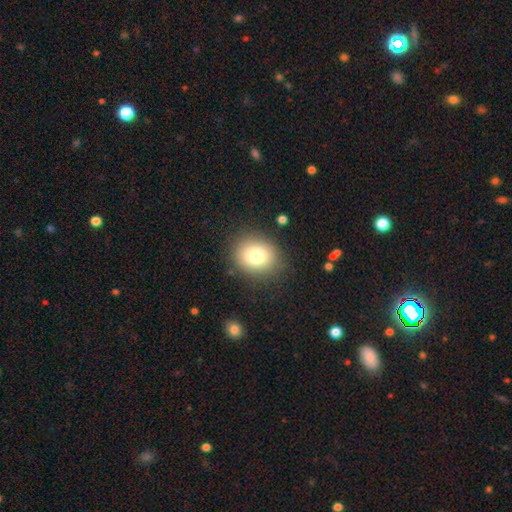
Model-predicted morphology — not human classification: A smooth galaxy with no disk features (78%) that is round (68%).

Vote fractions:
- Smooth or featured? smooth: 78% / star or artifact: 12% / featured or disk: 11%
- How rounded? round: 68% / in between: 31% / cigar-shaped: 1%
- Merging? none: 85% / minor disturbance: 10% / major disturbance: 4% / merger: 2%